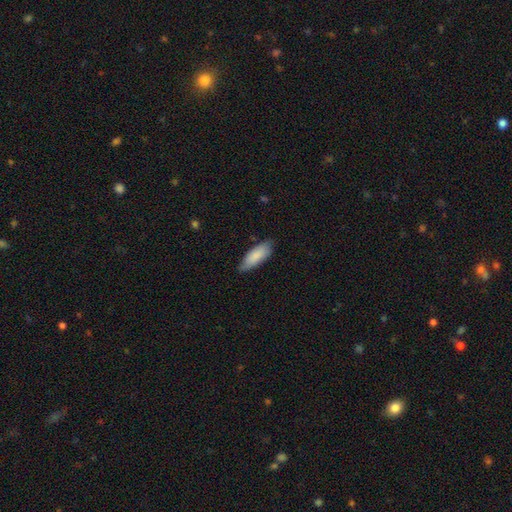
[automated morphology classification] smooth_or_featured: smooth (p=0.85) [alt: featured or disk p=0.10]
how_rounded: in between (p=0.71) [alt: cigar-shaped p=0.28]
merging: none (p=0.74) [alt: minor disturbance p=0.22]